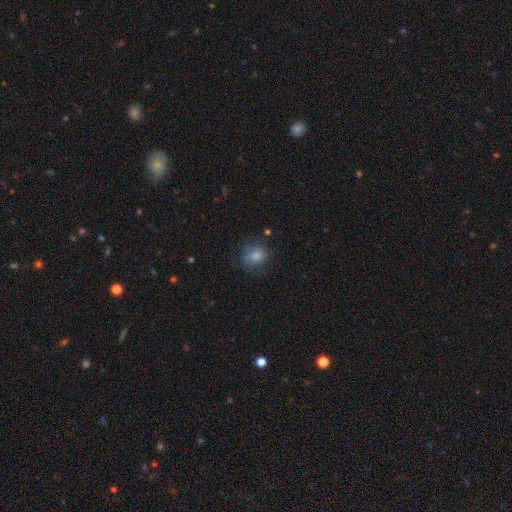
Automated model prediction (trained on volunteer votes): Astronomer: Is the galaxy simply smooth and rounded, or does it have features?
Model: smooth — 77%.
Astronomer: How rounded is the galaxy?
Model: round — 50% (runner-up: in between, 48%).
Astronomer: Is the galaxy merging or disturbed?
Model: none — 63%.